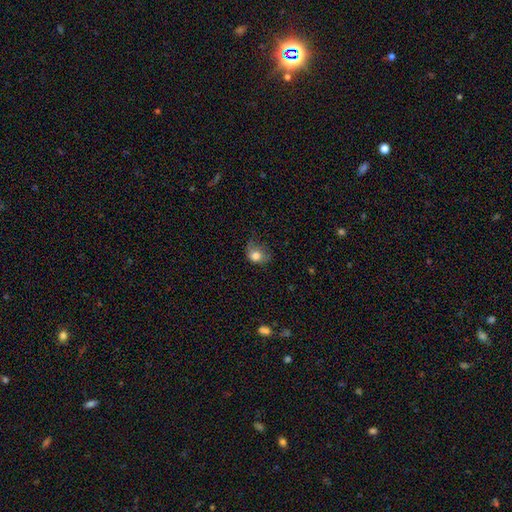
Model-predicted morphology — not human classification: This is likely a smooth galaxy (78%). How rounded: possibly round (58%). Merging: marginally minor disturbance (36%).